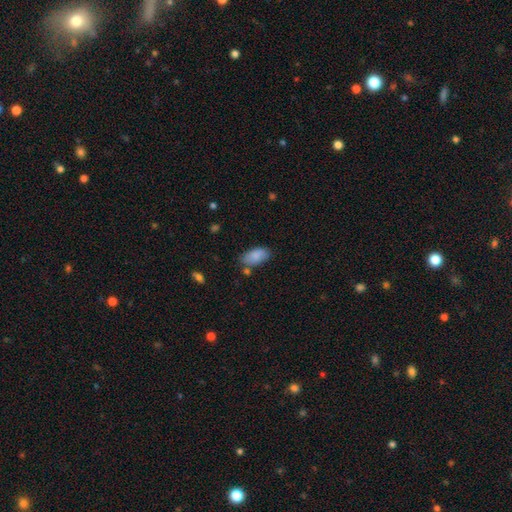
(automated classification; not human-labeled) The model was most divided on "merging": none: 71%, minor disturbance: 18%, merger: 7%, major disturbance: 4%. More confident: how rounded — in between (93%); smooth or featured — smooth (85%).